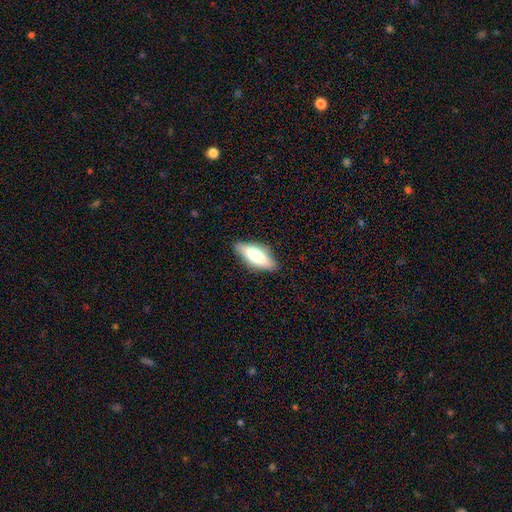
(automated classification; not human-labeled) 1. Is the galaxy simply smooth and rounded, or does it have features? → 70% smooth, 24% featured or disk, 6% star or artifact.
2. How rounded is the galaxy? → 66% in between, 32% cigar-shaped, 2% round.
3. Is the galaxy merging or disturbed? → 83% none, 13% minor disturbance, 3% major disturbance, 1% merger.